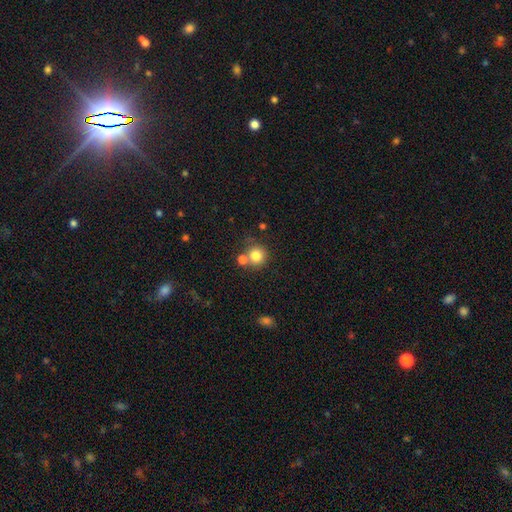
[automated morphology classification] This appears to be a smooth galaxy with no disk features (80%) that is round (92%). Merging: none (63%).